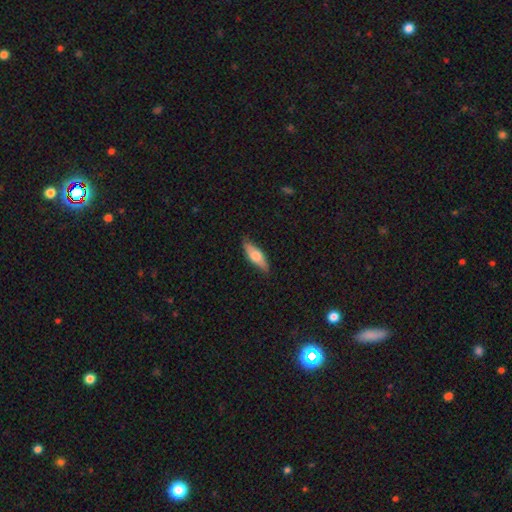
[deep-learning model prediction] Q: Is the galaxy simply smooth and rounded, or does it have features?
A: smooth — 64%.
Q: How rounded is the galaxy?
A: in between — 55%.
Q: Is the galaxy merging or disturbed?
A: none — 82%.